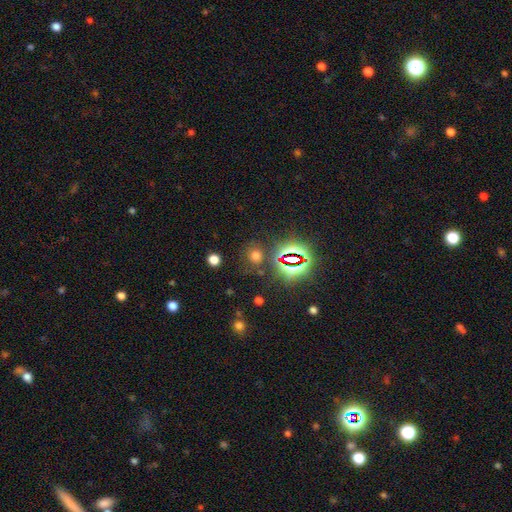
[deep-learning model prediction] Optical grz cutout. It shows a smooth galaxy with no disk features (56%) that is round (79%). Merging: none (78%).